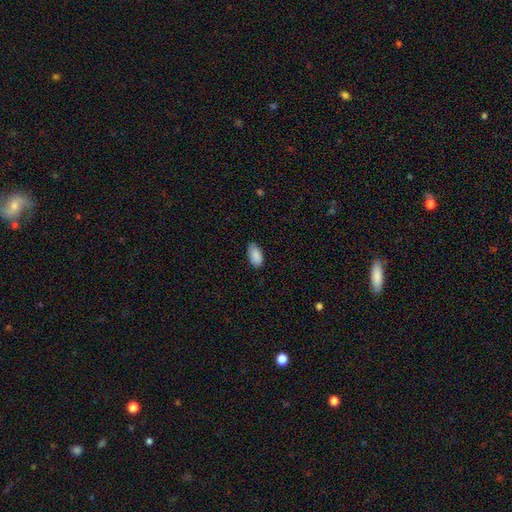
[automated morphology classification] smooth 88%, star or artifact 7%, featured or disk 5%. Down the decision tree: how rounded — in between (94%); merging — none (79%).